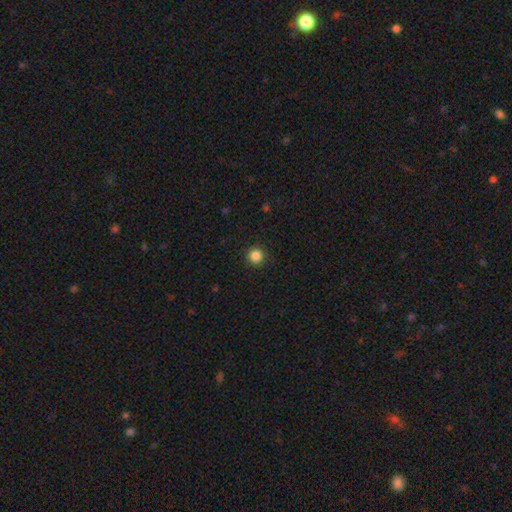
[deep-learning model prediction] smooth 85%, star or artifact 11%, featured or disk 4%. Down the decision tree: how rounded — round (95%); merging — none (92%).